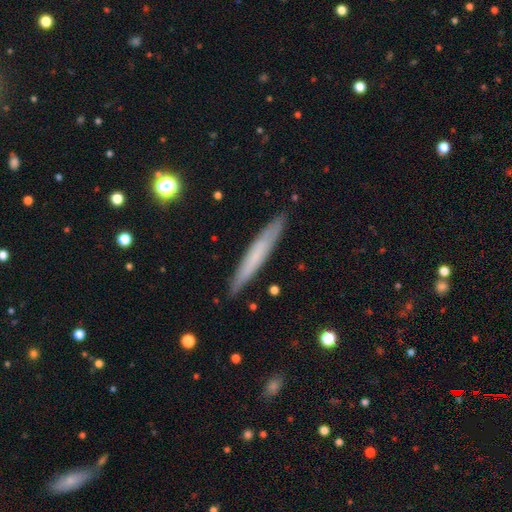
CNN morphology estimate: type=smooth (59%); roundness=cigar-shaped (95%); merging=none (90%).